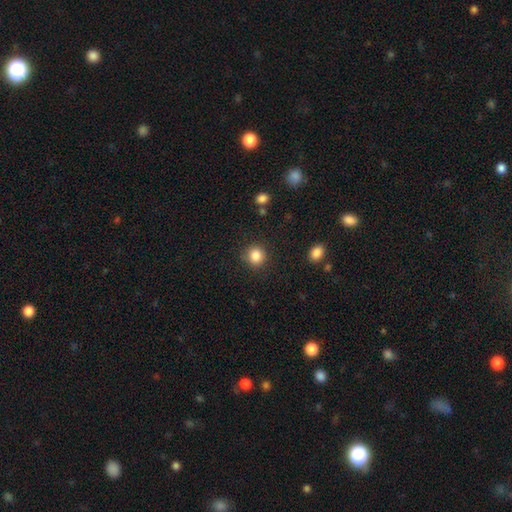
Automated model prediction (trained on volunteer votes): Smooth or featured?
  - smooth: 85% *
  - star or artifact: 10%
  - featured or disk: 4%
How rounded?
  - round: 90% *
  - in between: 10%
  - cigar-shaped: 1%
Merging?
  - none: 88% *
  - minor disturbance: 8%
  - major disturbance: 3%
  - merger: 2%